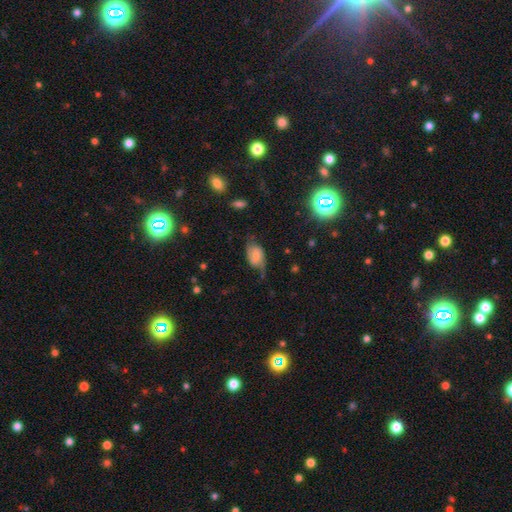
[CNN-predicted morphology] Smooth or featured: featured or disk — 50% (smooth — 40%)
Merging: none — 51% (minor disturbance — 29%)